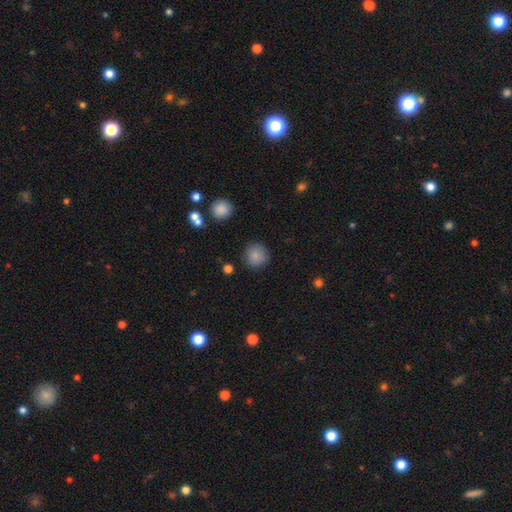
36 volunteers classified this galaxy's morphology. type=smooth (89%); roundness=round (94%); merging=none (79%).